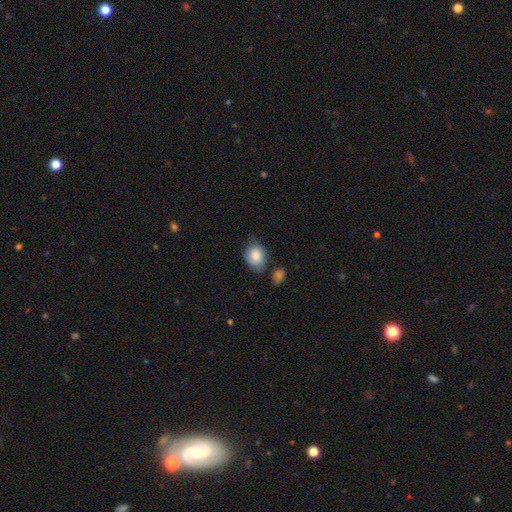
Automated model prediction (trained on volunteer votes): smooth 84%, featured or disk 9%, star or artifact 7%. Down the decision tree: how rounded — in between (59%); merging — none (62%).